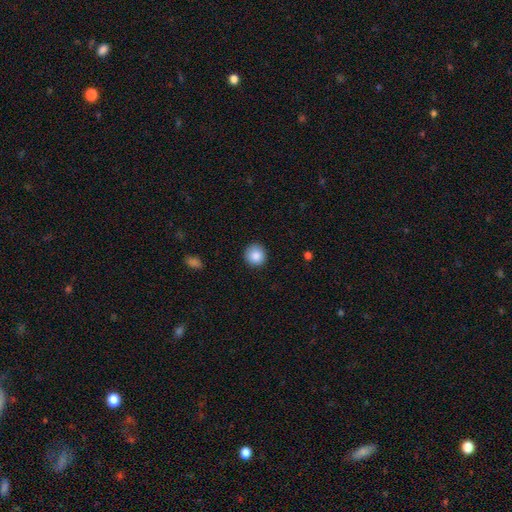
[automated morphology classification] This appears to be a smooth galaxy with no disk features (87%) that is round (91%). Merging: none (90%).